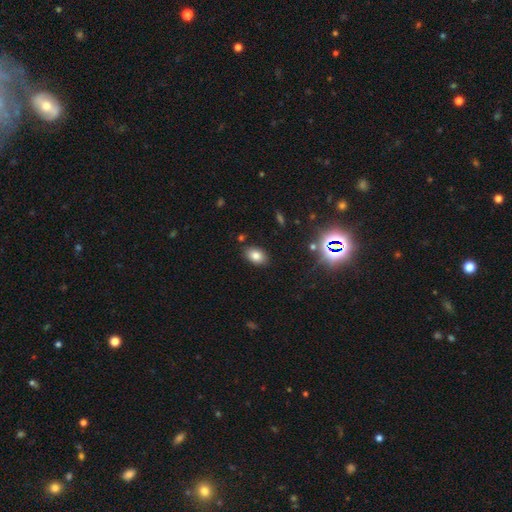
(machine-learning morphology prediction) smooth_or_featured: smooth (p=0.79) [alt: star or artifact p=0.13]
how_rounded: in between (p=0.86) [alt: round p=0.13]
merging: none (p=0.85) [alt: minor disturbance p=0.10]